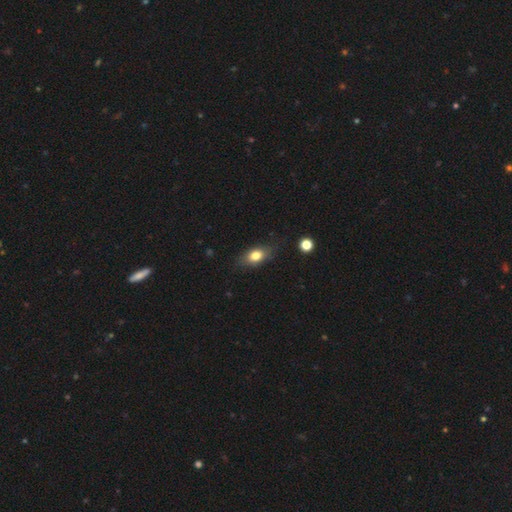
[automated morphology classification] Smooth or featured: smooth — 77% (featured or disk — 14%)
How rounded: in between — 81% (round — 13%)
Merging: none — 77% (minor disturbance — 18%)